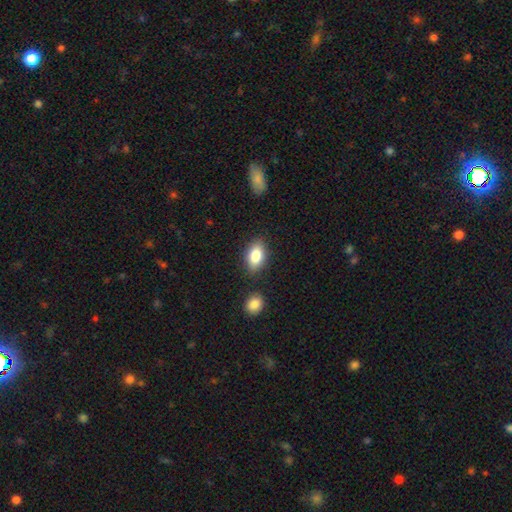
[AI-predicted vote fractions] smooth 84%, featured or disk 9%, star or artifact 7%. Down the decision tree: how rounded — in between (90%); merging — none (81%).